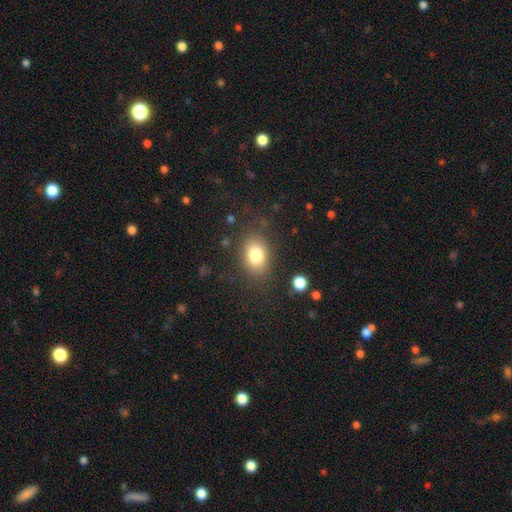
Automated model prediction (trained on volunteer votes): Morphology: type=smooth (81%); roundness=in between (70%); merging=none (81%).